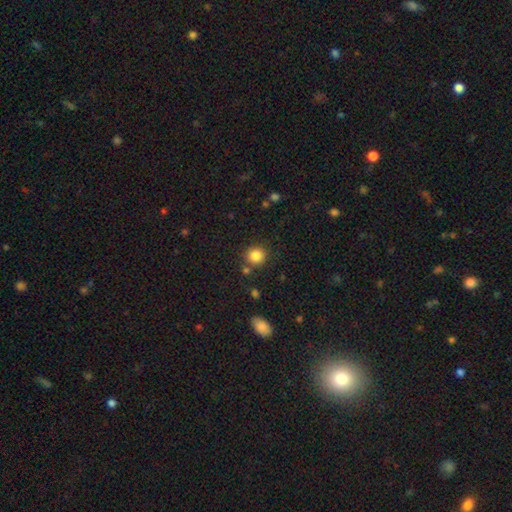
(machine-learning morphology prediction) Overall: smooth (85%). How rounded: round (89%). Merging: none (82%).